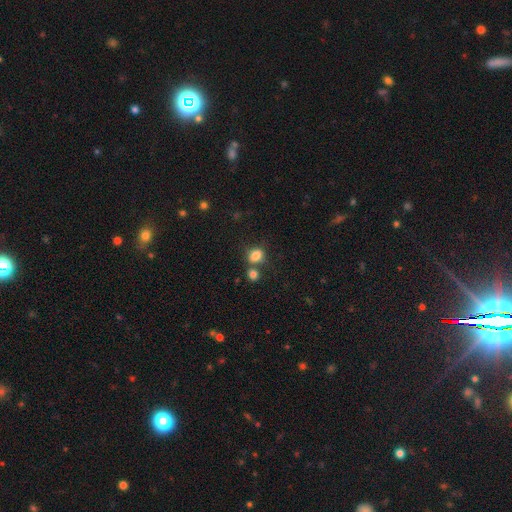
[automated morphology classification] Overall: smooth (82%). How rounded: in between (53%; round 46%). Merging: none (55%; merger 26%).